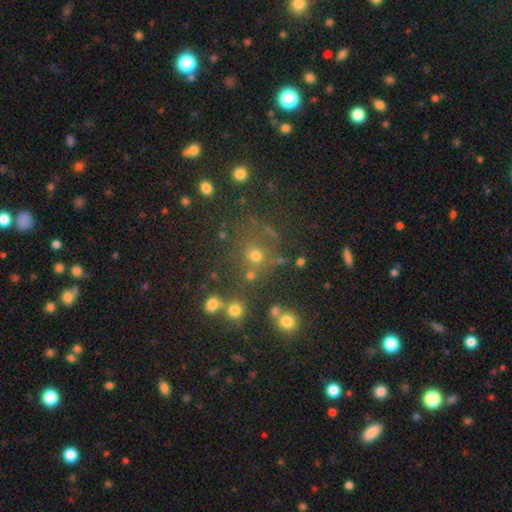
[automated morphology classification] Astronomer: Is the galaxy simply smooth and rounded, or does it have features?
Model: smooth — 60%.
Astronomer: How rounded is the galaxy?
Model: round — 88%.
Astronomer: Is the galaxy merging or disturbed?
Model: none — 70%.